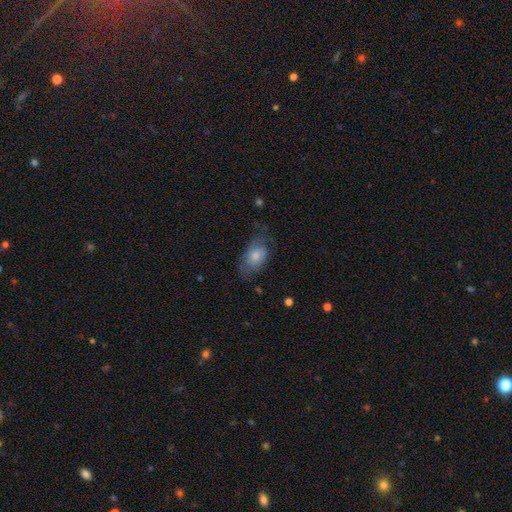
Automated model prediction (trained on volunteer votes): Smooth or featured: smooth — 69% (featured or disk — 24%)
How rounded: in between — 88% (round — 10%)
Merging: none — 52% (minor disturbance — 28%)